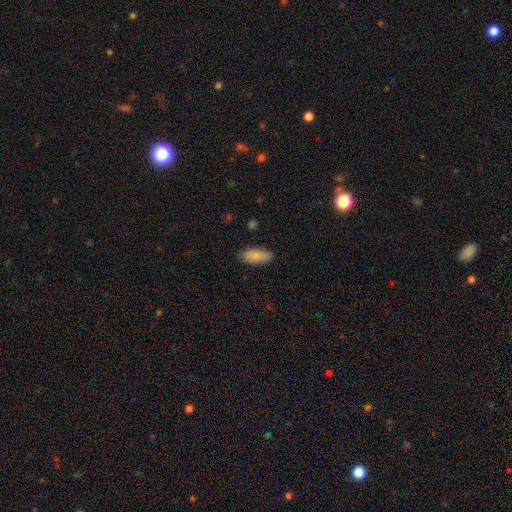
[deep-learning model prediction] Smooth or featured? Predicted: smooth (p=0.85). How rounded? Predicted: in between (p=0.85). Merging? Predicted: none (p=0.84).